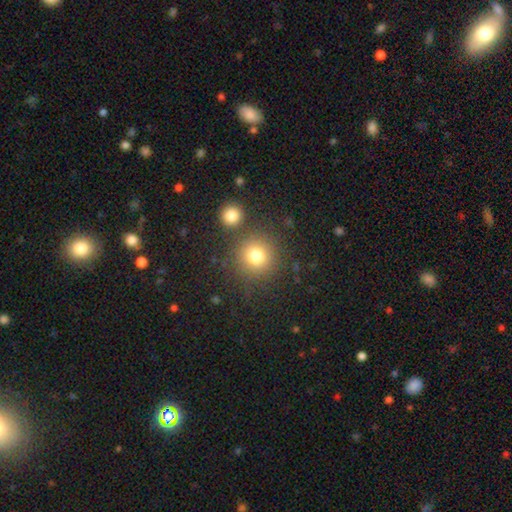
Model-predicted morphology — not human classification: type=smooth (78%); roundness=round (93%); merging=none (78%).